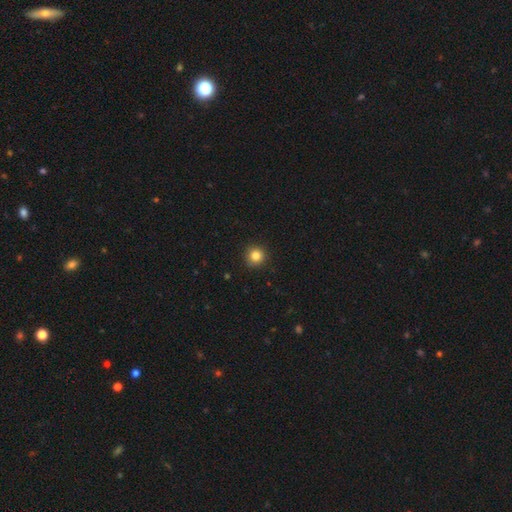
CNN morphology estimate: This is clearly a smooth galaxy (84%). How rounded: clearly round (94%). Merging: clearly none (91%).